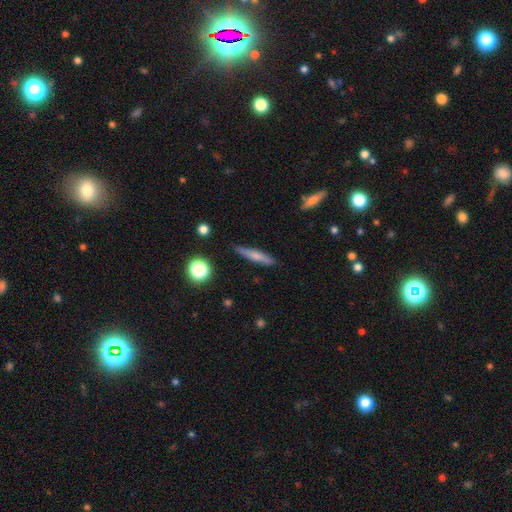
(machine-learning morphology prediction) The model was most divided on "smooth or featured": smooth: 61%, featured or disk: 31%, star or artifact: 8%. More confident: how rounded — cigar-shaped (89%); merging — none (85%).